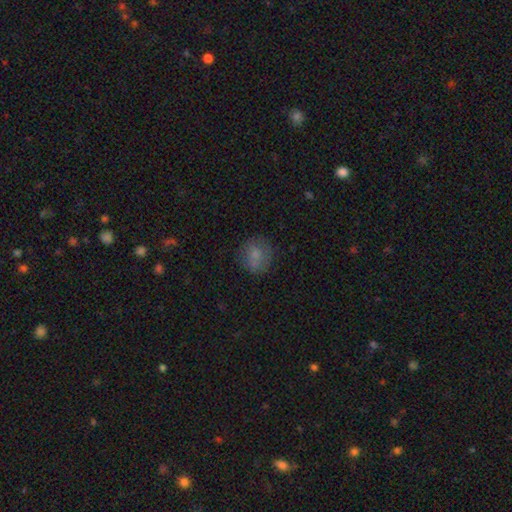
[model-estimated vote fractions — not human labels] smooth 74%, featured or disk 15%, star or artifact 11%. Down the decision tree: how rounded — round (84%); merging — none (71%).